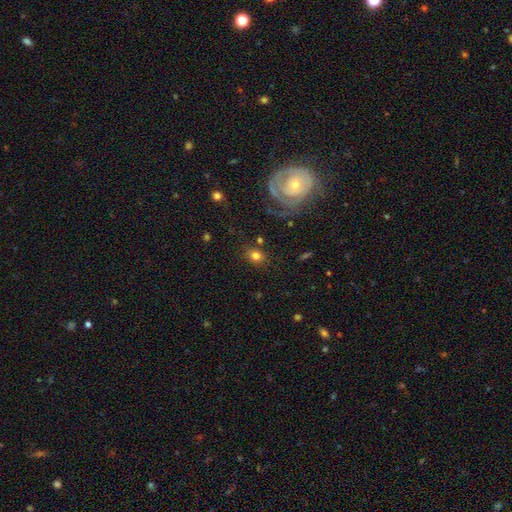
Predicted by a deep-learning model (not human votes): Overall: smooth (74%). How rounded: round (54%; in between 44%). Merging: none (79%).